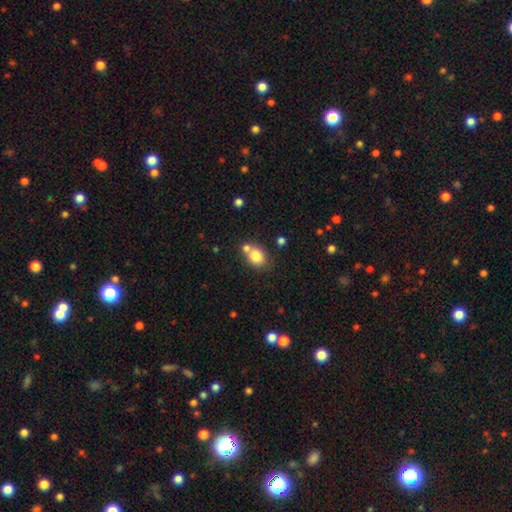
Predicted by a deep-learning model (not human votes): smooth_or_featured: smooth (p=0.80) [alt: star or artifact p=0.10]
how_rounded: in between (p=0.51) [alt: round p=0.48]
merging: none (p=0.54) [alt: merger p=0.30]